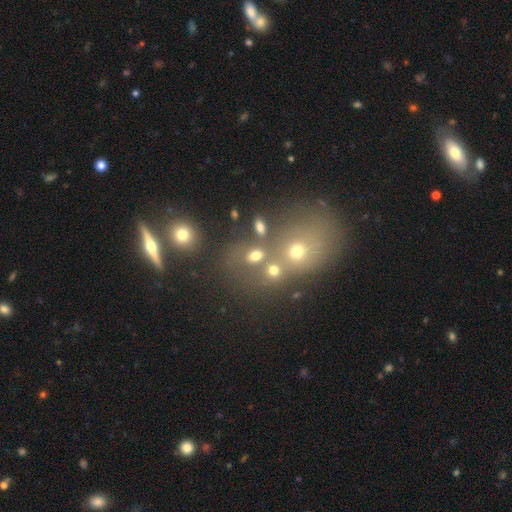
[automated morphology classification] smooth-or-featured: smooth: 66% | star or artifact: 20% | featured or disk: 15%
  how-rounded: round: 56% | in between: 42% | cigar-shaped: 2%
  merging: none: 45% | merger: 37% | minor disturbance: 10% | major disturbance: 7%